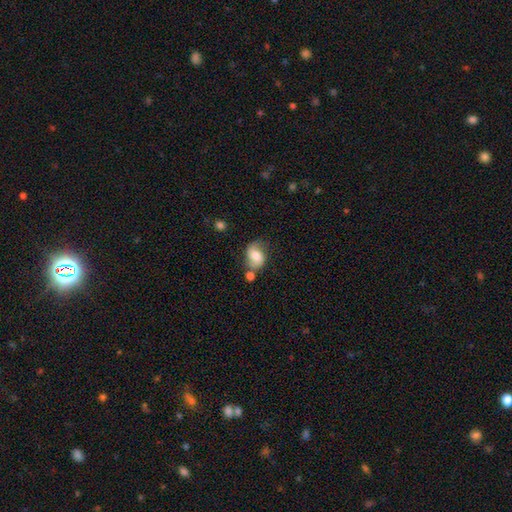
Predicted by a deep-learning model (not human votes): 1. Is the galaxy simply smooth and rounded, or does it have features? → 57% smooth, 34% featured or disk, 9% star or artifact.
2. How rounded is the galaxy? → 73% in between, 26% round, 2% cigar-shaped.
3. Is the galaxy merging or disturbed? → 53% none, 23% minor disturbance, 16% merger, 8% major disturbance.